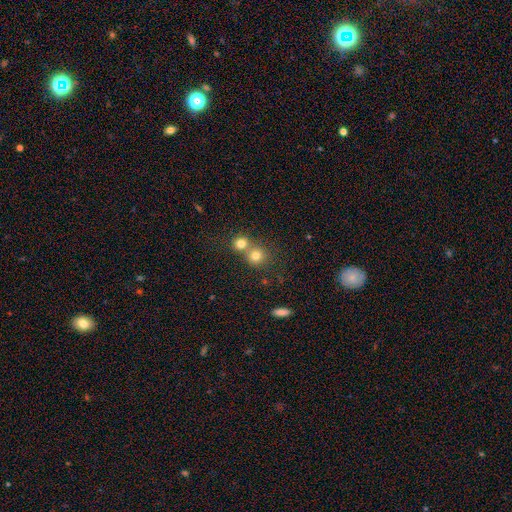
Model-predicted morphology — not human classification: Smooth or featured? smooth (77%)
How rounded? round (87%)
Merging? none (47%)